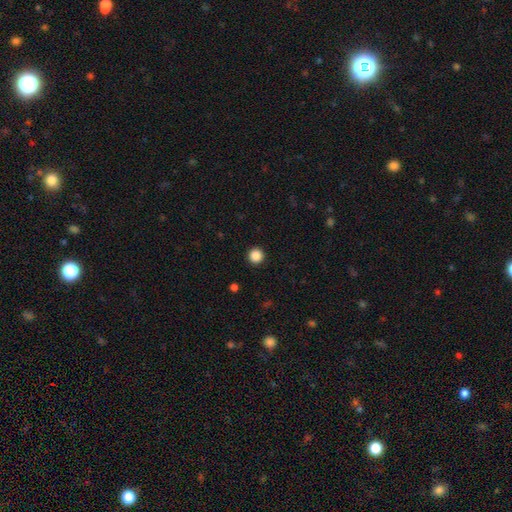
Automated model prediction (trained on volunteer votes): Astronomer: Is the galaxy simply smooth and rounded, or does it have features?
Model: smooth — 88%.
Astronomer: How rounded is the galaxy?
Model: round — 96%.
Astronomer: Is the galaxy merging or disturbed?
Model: none — 93%.